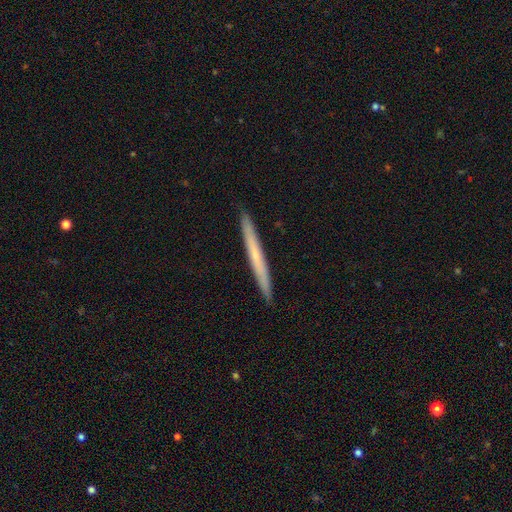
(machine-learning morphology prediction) This is possibly a featured or disk galaxy (48%). Merging: clearly none (92%).